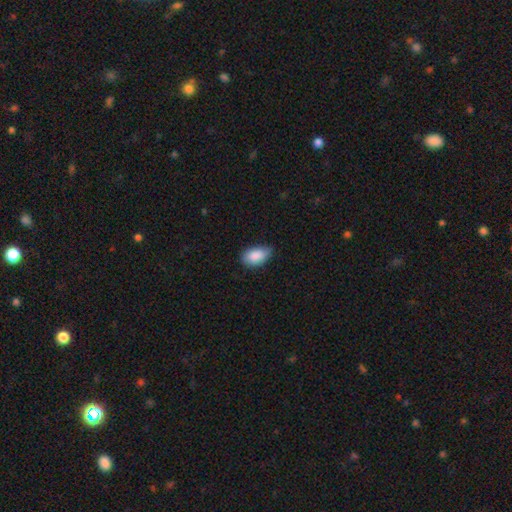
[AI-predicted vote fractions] The model was most divided on "merging": none: 66%, minor disturbance: 29%, major disturbance: 4%, merger: 1%. More confident: how rounded — in between (93%); smooth or featured — smooth (88%).